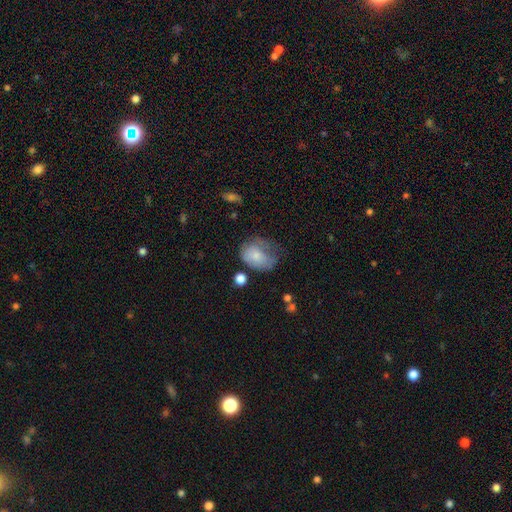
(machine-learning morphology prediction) A smooth galaxy with no disk features (72%) that is in between round and cigar-shaped (62%). Merging: minor disturbance (35%).